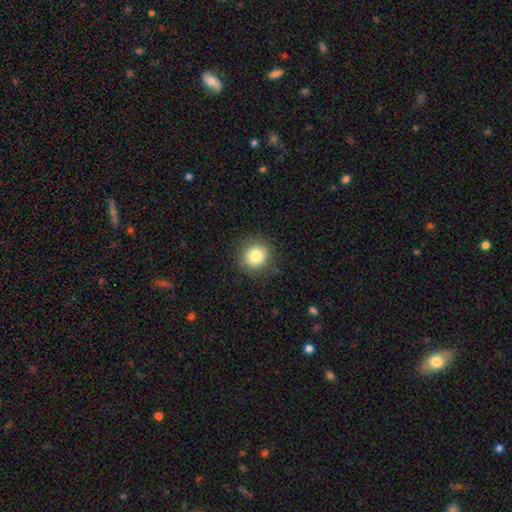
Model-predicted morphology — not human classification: Smooth or featured? smooth (81%)
How rounded? round (92%)
Merging? none (88%)